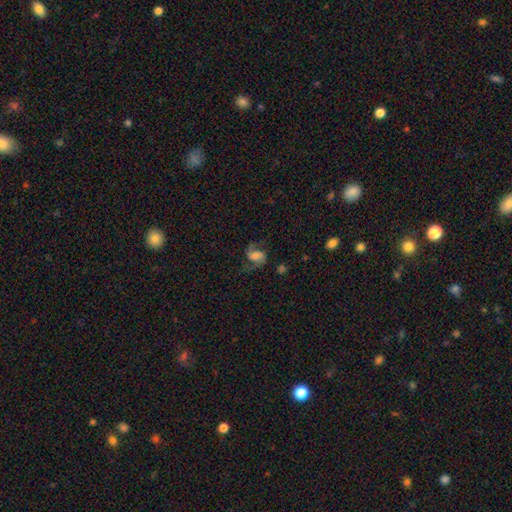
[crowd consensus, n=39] This appears to be a featured or disk galaxy (77%) with a weak bar (69%), 2 (96%) loose (57%) spiral arms (97%) and a small central bulge (28%). Merging: none (61%).